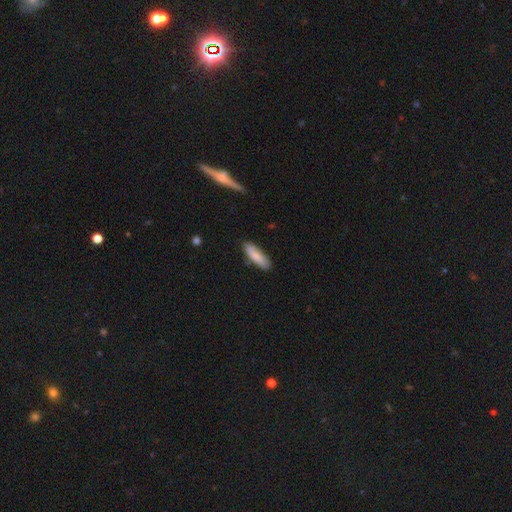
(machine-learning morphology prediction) A smooth galaxy with no disk features (84%) that is cigar-shaped (51%). Merging: none (84%).